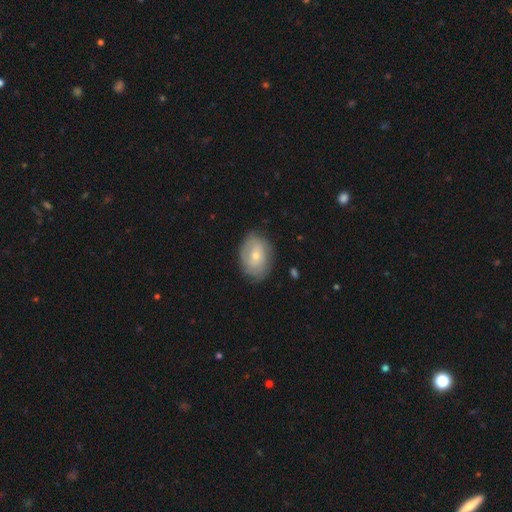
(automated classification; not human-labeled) Smooth or featured? featured or disk (57%)
Edge-on disk? no (95%)
Bar? no (57%)
Spiral arms? yes (76%)
Bulge size? small (57%)
Merging? none (77%)